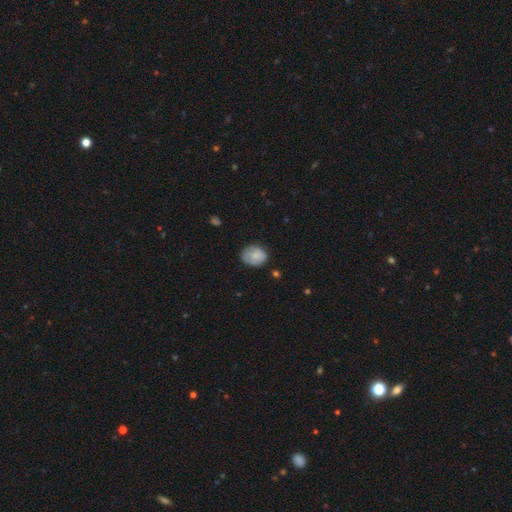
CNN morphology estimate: Smooth or featured: smooth — 78% (featured or disk — 15%)
How rounded: round — 52% (in between — 48%)
Merging: none — 72% (minor disturbance — 22%)